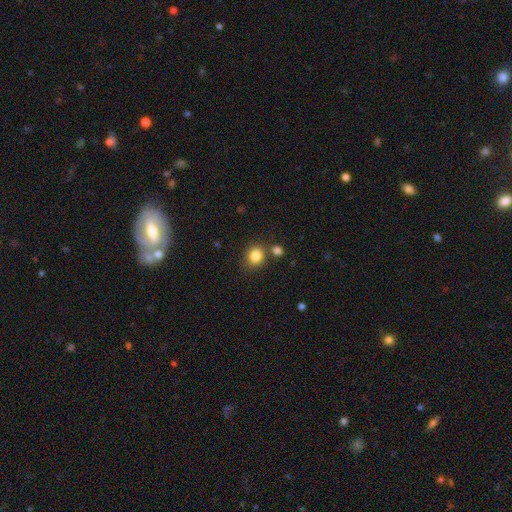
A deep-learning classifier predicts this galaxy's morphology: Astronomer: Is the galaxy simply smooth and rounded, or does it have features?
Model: smooth — 84%.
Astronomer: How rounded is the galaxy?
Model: round — 70%.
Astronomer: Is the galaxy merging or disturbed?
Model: none — 72%.